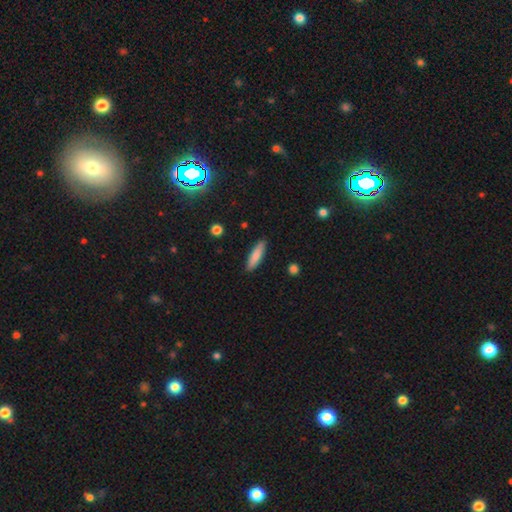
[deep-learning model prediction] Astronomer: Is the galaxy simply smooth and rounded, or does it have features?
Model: smooth — 81%.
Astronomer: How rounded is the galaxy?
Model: cigar-shaped — 70%.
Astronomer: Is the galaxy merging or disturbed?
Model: none — 89%.